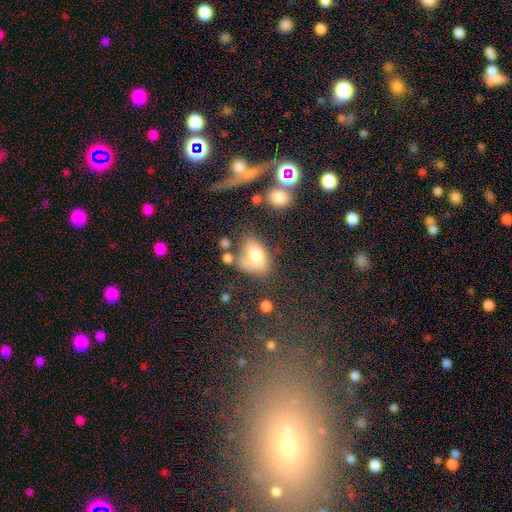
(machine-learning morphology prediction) This appears to be a smooth galaxy with no disk features (72%) that is in between round and cigar-shaped (83%). Merging: none (37%).